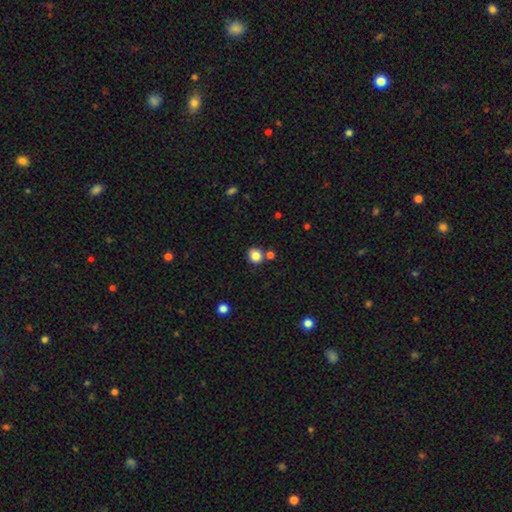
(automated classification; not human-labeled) Q: Smooth or featured?
A: smooth (84%); runner-up: star or artifact (11%)
Q: How rounded?
A: round (84%); runner-up: in between (16%)
Q: Merging?
A: none (75%); runner-up: merger (12%)